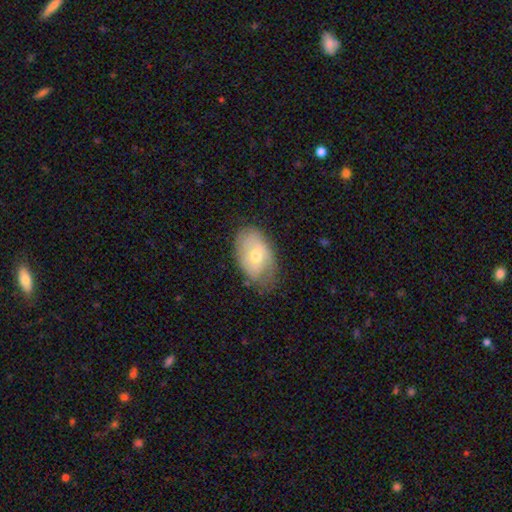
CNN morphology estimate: Smooth or featured? smooth (47%)
Merging? none (67%)